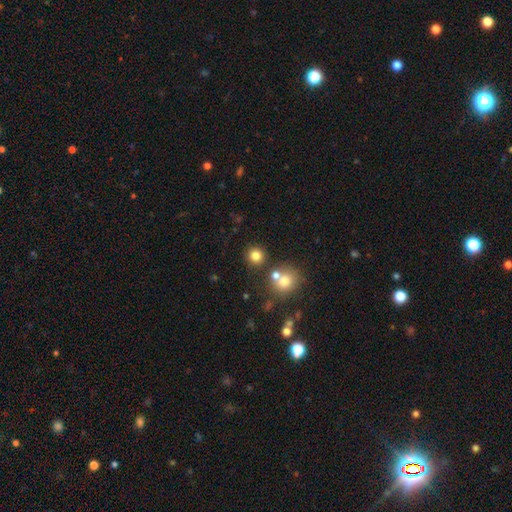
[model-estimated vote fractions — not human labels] A smooth galaxy with no disk features (80%) that is round (91%). Merging: none (79%).